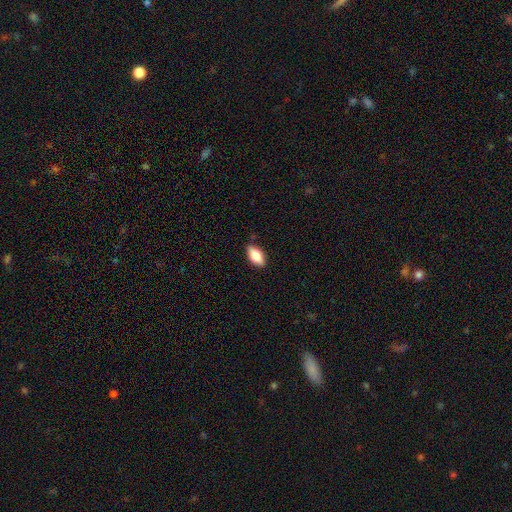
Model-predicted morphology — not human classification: Smooth or featured?
  - smooth: 79% *
  - featured or disk: 14%
  - star or artifact: 7%
How rounded?
  - in between: 89% *
  - cigar-shaped: 7%
  - round: 4%
Merging?
  - none: 85% *
  - minor disturbance: 12%
  - major disturbance: 2%
  - merger: 1%